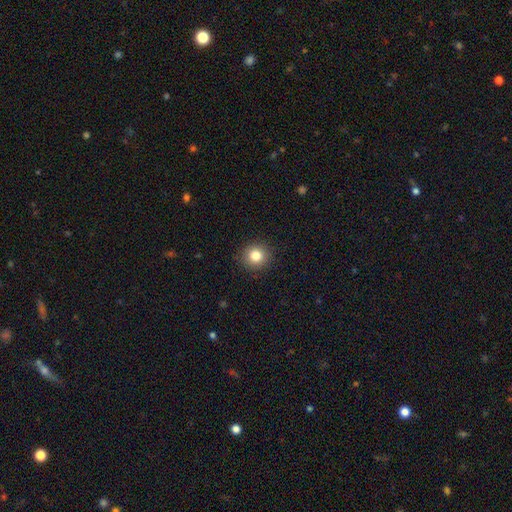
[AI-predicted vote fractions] Smooth or featured?
  - smooth: 82% *
  - star or artifact: 11%
  - featured or disk: 7%
How rounded?
  - round: 91% *
  - in between: 8%
  - cigar-shaped: 1%
Merging?
  - none: 91% *
  - minor disturbance: 6%
  - major disturbance: 2%
  - merger: 1%